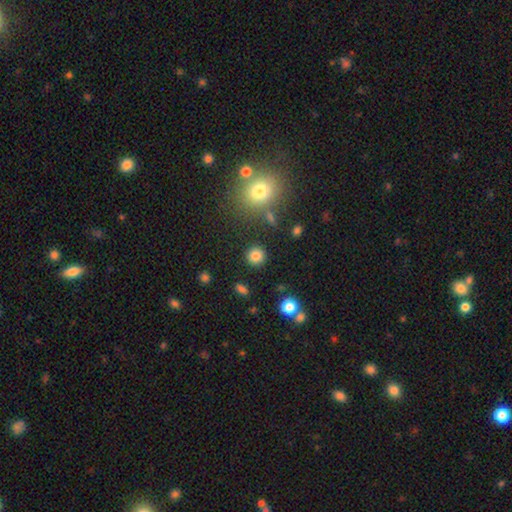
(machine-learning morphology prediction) smooth-or-featured: smooth: 82% | star or artifact: 12% | featured or disk: 6%
  how-rounded: round: 92% | in between: 7% | cigar-shaped: 1%
  merging: none: 89% | minor disturbance: 6% | major disturbance: 3% | merger: 2%